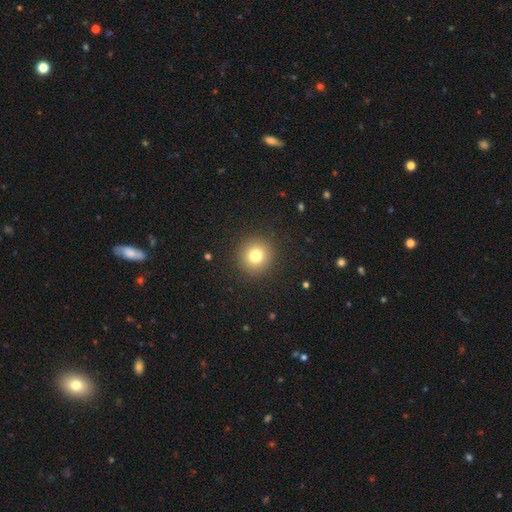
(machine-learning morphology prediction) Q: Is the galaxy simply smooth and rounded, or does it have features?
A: smooth — 78%.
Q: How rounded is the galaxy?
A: round — 94%.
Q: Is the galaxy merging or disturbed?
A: none — 92%.